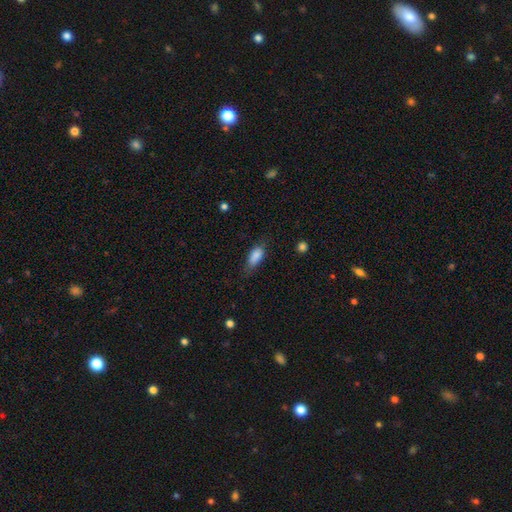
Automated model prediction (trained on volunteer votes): Smooth or featured?
  - smooth: 84% *
  - featured or disk: 9%
  - star or artifact: 7%
How rounded?
  - in between: 81% *
  - cigar-shaped: 16%
  - round: 3%
Merging?
  - none: 62% *
  - minor disturbance: 27%
  - major disturbance: 9%
  - merger: 2%